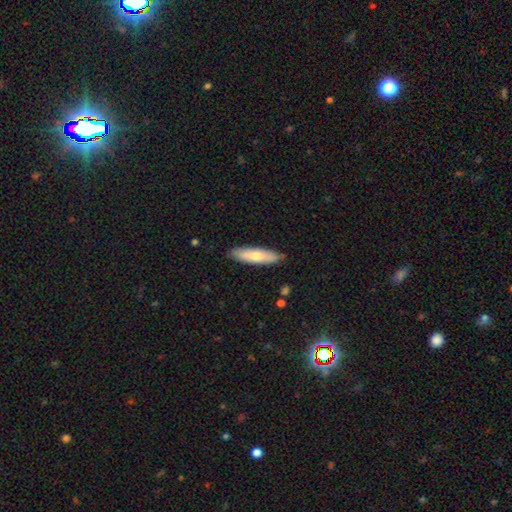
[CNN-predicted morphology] A smooth galaxy with no disk features (68%) that is cigar-shaped (68%). Merging: none (88%).